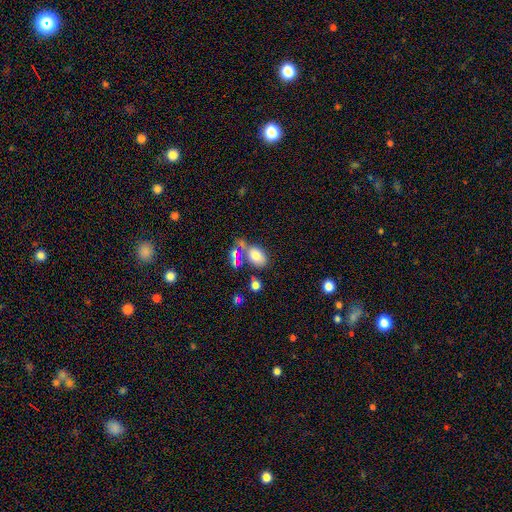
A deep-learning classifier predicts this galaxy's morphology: A smooth galaxy with no disk features (75%) that is in between round and cigar-shaped (83%). Merging: none (46%).